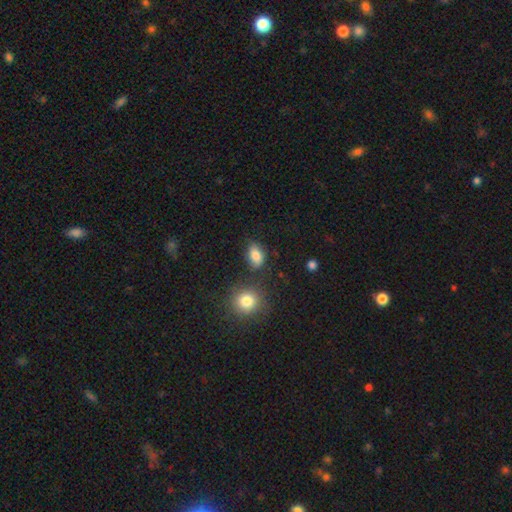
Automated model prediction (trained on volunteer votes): Q: Smooth or featured?
A: smooth (82%); runner-up: star or artifact (10%)
Q: How rounded?
A: in between (82%); runner-up: round (14%)
Q: Merging?
A: none (73%); runner-up: minor disturbance (17%)